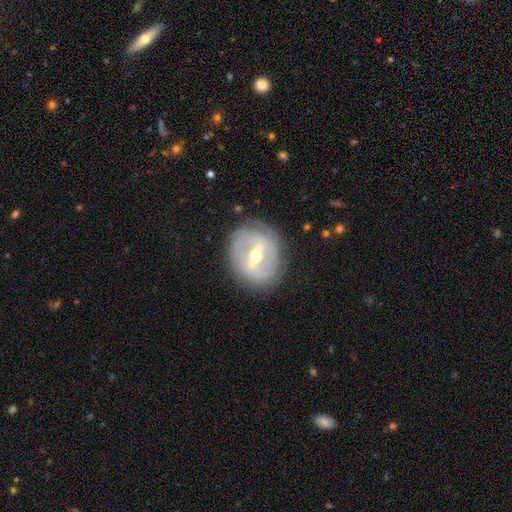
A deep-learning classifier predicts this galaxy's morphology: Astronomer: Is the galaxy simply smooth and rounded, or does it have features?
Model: featured or disk — 84%.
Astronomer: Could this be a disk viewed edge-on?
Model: no — 91%.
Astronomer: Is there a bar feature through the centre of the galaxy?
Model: strong — 67%.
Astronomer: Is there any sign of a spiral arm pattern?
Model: yes — 79%.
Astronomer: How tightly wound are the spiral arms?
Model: tight — 57%.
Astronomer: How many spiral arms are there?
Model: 2 — 51% (runner-up: can't tell, 28%).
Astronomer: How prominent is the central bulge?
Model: moderate — 67%.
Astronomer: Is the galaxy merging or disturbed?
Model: none — 80%.